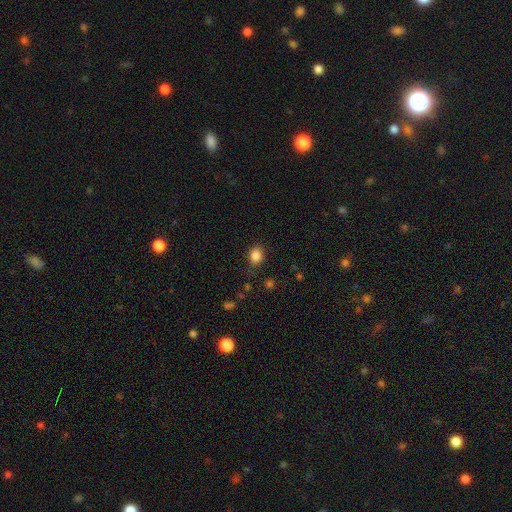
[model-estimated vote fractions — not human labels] smooth_or_featured: smooth (p=0.84) [alt: star or artifact p=0.11]
how_rounded: round (p=0.53) [alt: in between p=0.46]
merging: none (p=0.82) [alt: minor disturbance p=0.13]